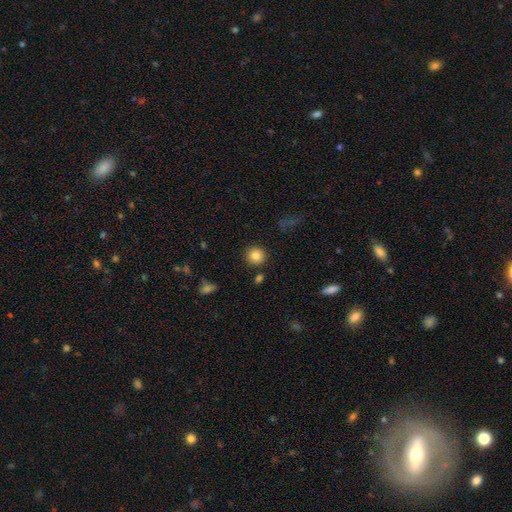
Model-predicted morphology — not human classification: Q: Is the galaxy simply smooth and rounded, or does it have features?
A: smooth — 84%.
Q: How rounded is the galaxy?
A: round — 91%.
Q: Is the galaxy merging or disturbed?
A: none — 88%.